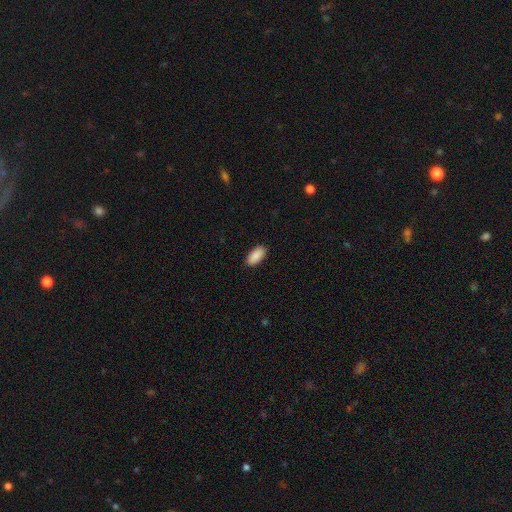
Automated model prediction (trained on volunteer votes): Morphology: type=smooth (90%); roundness=in between (93%); merging=none (90%).